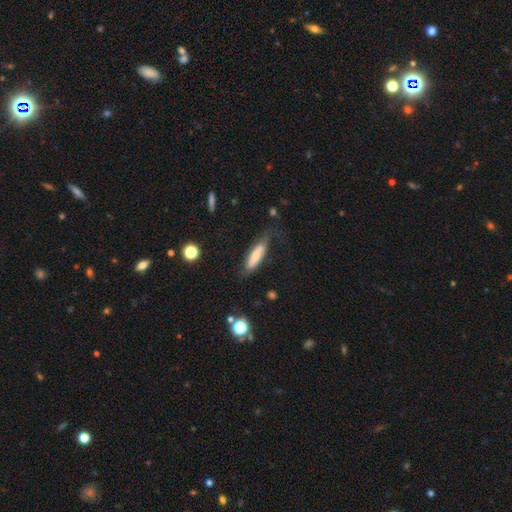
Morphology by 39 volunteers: A smooth galaxy with no disk features (69%) that is cigar-shaped (52%).

Vote fractions:
- Smooth or featured? smooth: 69% / featured or disk: 23% / star or artifact: 8%
- How rounded? cigar-shaped: 52% / in between: 48% / round: 0%
- Merging? none: 53% / major disturbance: 31% / minor disturbance: 14% / merger: 3%